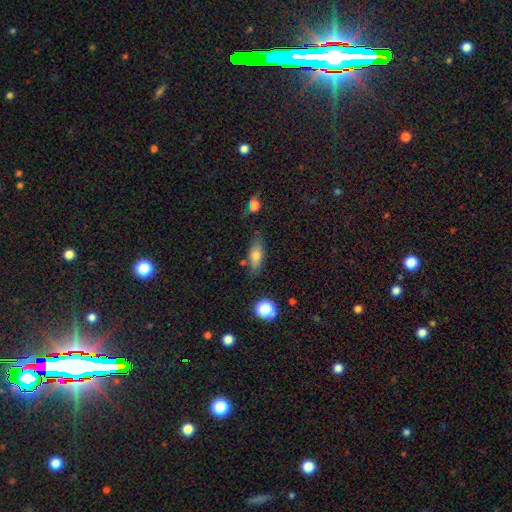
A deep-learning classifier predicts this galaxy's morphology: type=smooth (69%); roundness=in between (69%); merging=none (73%).